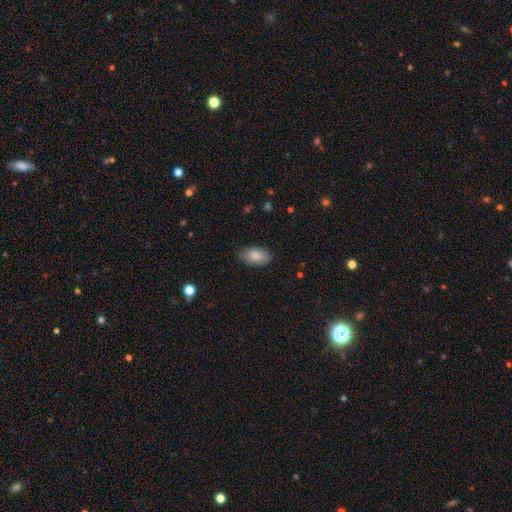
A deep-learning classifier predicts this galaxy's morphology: smooth_or_featured: smooth (p=0.87) [alt: featured or disk p=0.07]
how_rounded: in between (p=0.94) [alt: round p=0.04]
merging: none (p=0.85) [alt: minor disturbance p=0.11]